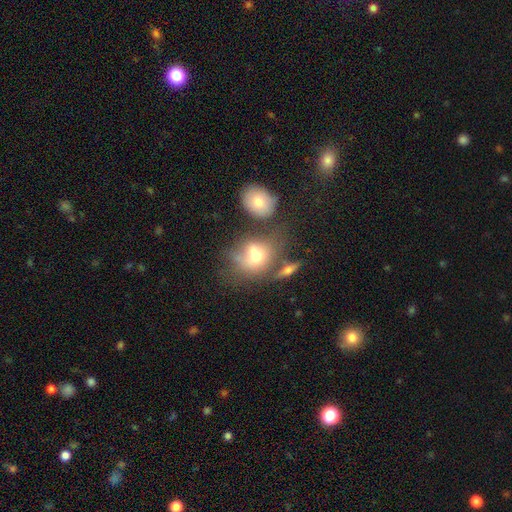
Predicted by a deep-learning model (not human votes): Smooth or featured? smooth (60%)
How rounded? round (52%)
Merging? none (34%)